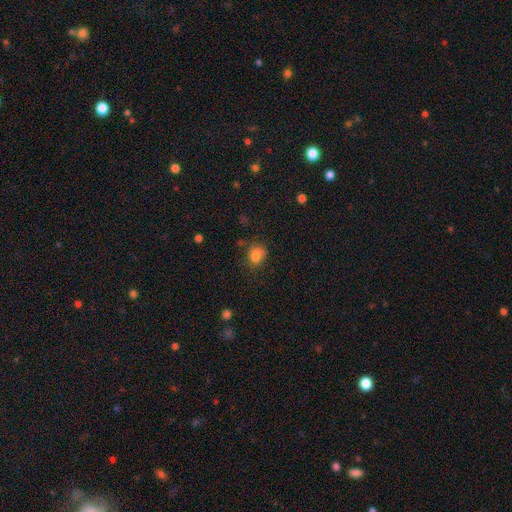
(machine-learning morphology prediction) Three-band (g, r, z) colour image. It shows a smooth galaxy with no disk features (79%) that is round (66%). Merging: none (57%).